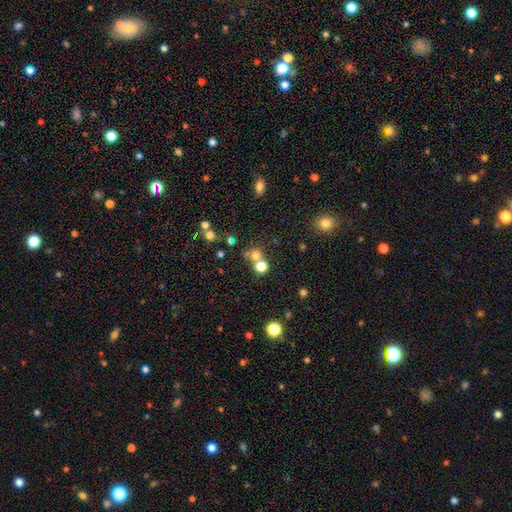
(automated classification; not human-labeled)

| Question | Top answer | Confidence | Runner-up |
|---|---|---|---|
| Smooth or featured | smooth | 69% | star or artifact (22%) |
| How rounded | round | 88% | in between (11%) |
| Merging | none | 57% | merger (33%) |